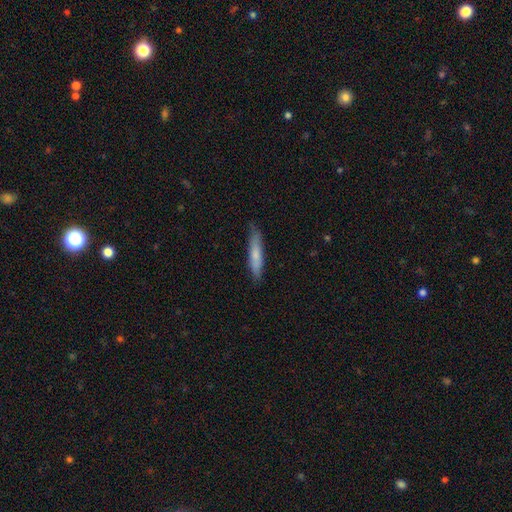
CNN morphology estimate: A smooth galaxy with no disk features (71%) that is cigar-shaped (88%). Merging: none (81%).